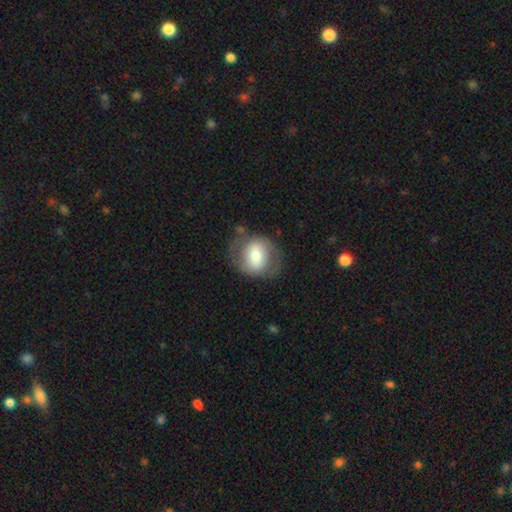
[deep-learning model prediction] Morphology: type=smooth (57%); roundness=round (57%); merging=none (67%).